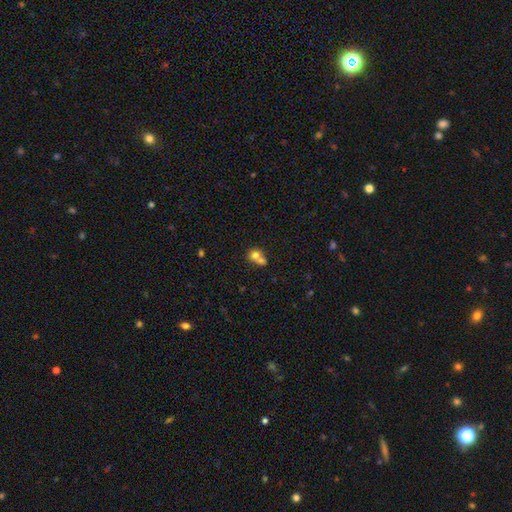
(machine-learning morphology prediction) This is likely a smooth galaxy (72%). How rounded: likely round (72%). Merging: likely merger (63%).